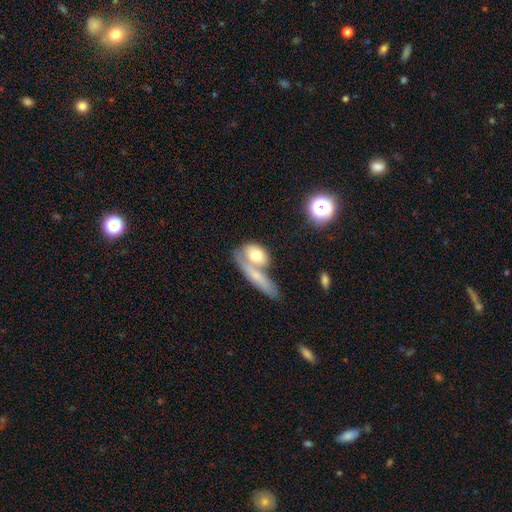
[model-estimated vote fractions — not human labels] The model was most divided on "merging": merger: 48%, none: 33%, minor disturbance: 12%, major disturbance: 8%. More confident: smooth or featured — smooth (66%); how rounded — in between (61%).